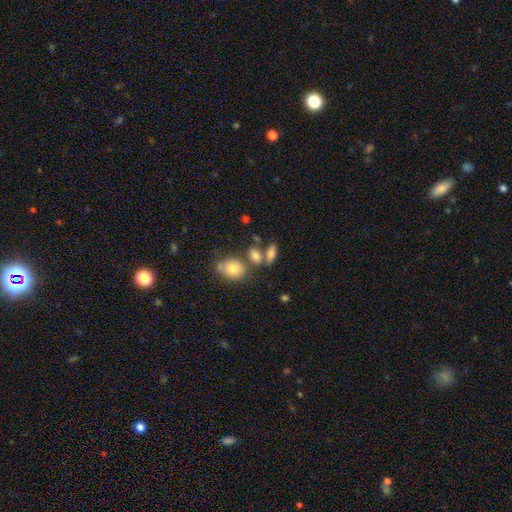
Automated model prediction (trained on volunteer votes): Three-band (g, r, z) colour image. It shows a smooth galaxy with no disk features (76%) that is in between round and cigar-shaped (74%). Merging: none (50%).